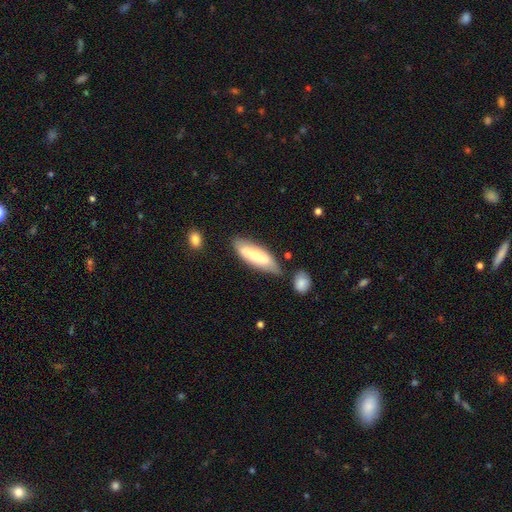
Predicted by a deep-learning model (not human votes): smooth 63%, featured or disk 32%, star or artifact 6%. Down the decision tree: how rounded — in between (50%); merging — none (65%).